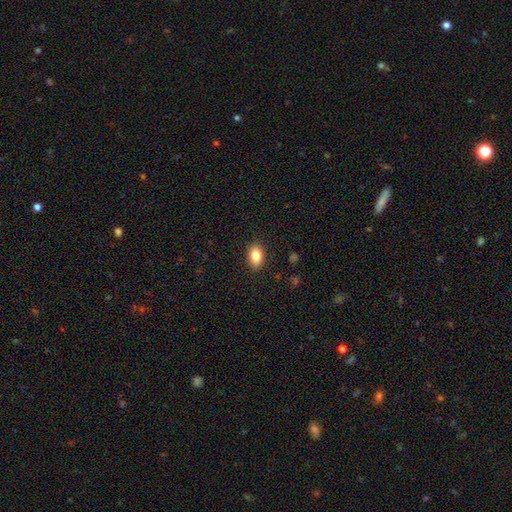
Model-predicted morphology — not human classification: Smooth or featured: smooth — 84% (featured or disk — 8%)
How rounded: in between — 88% (round — 10%)
Merging: none — 88% (minor disturbance — 9%)